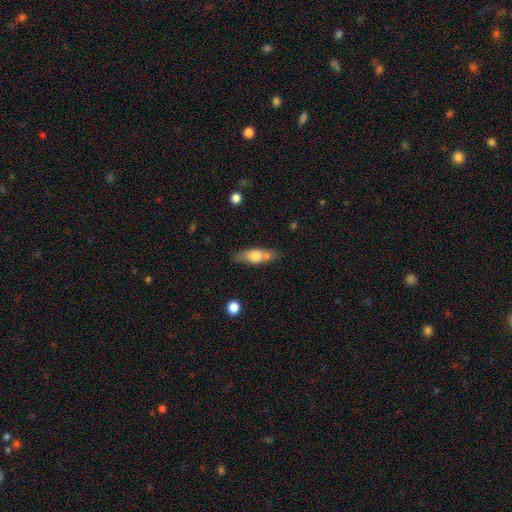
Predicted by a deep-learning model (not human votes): smooth 61%, featured or disk 32%, star or artifact 7%. Down the decision tree: how rounded — in between (59%); merging — none (59%).